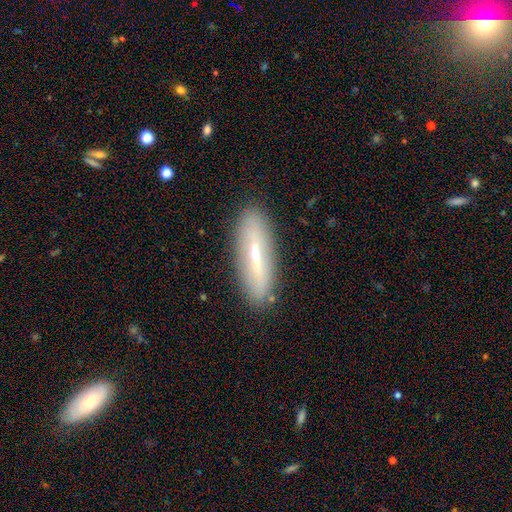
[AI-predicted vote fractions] Overall: smooth (48%; featured or disk 45%). Merging: none (84%).